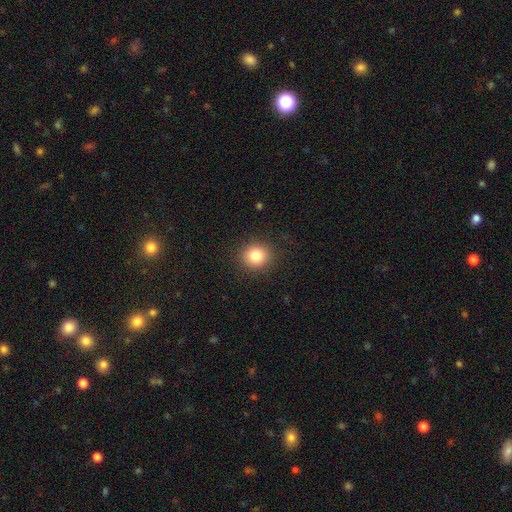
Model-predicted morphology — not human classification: smooth 82%, star or artifact 11%, featured or disk 6%. Down the decision tree: how rounded — round (89%); merging — none (91%).